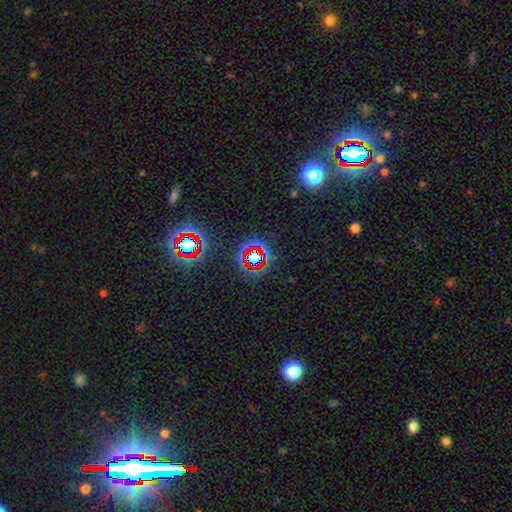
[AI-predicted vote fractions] Smooth or featured? star or artifact (70%)